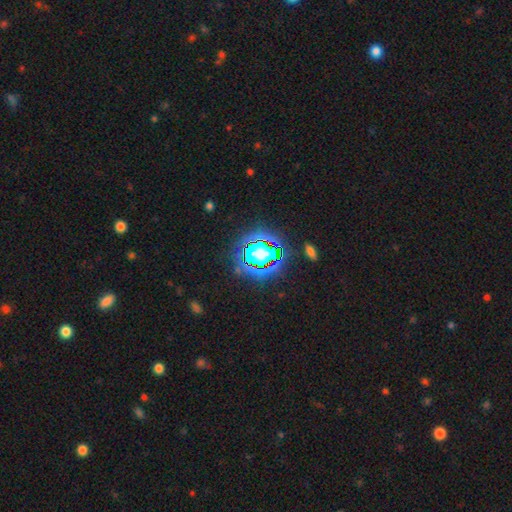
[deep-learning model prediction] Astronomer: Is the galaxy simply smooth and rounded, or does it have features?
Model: star or artifact — 79%.